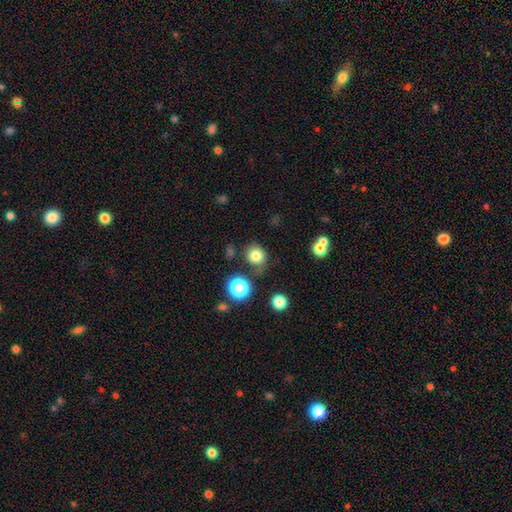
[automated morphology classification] A smooth galaxy with no disk features (79%) that is round (82%).

Vote fractions:
- Smooth or featured? smooth: 79% / star or artifact: 14% / featured or disk: 7%
- How rounded? round: 82% / in between: 17% / cigar-shaped: 1%
- Merging? none: 76% / minor disturbance: 14% / merger: 6% / major disturbance: 4%